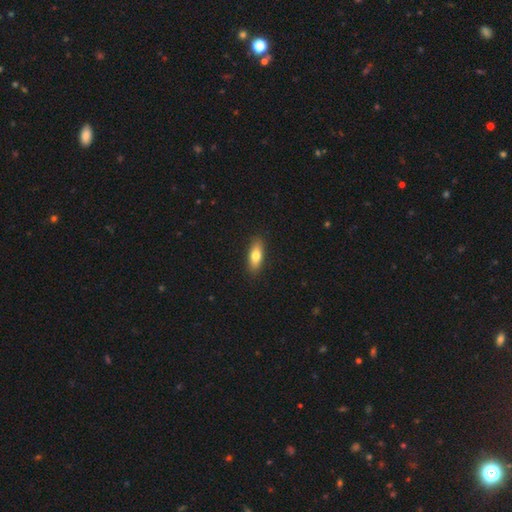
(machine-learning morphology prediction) Smooth or featured: smooth — 74% (featured or disk — 20%)
How rounded: in between — 69% (cigar-shaped — 27%)
Merging: none — 89% (minor disturbance — 8%)